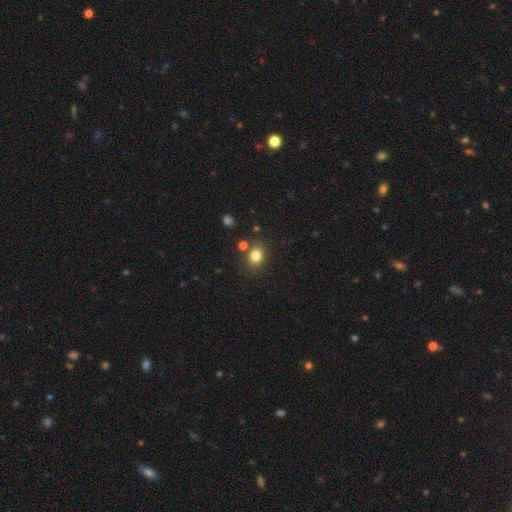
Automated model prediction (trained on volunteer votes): Smooth or featured? Predicted: smooth (p=0.81). How rounded? Predicted: round (p=0.62). Merging? Predicted: none (p=0.78).